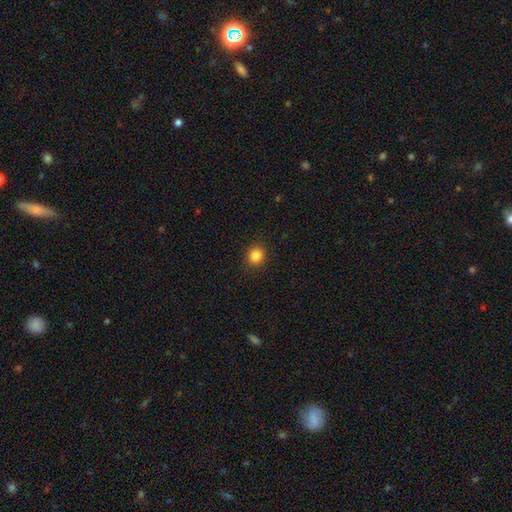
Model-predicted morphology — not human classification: smooth 85%, star or artifact 11%, featured or disk 4%. Down the decision tree: how rounded — round (79%); merging — none (90%).